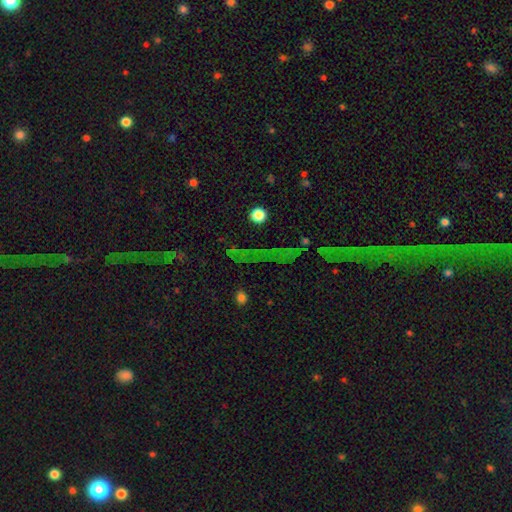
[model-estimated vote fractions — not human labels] A star or artifact, not a galaxy (66%).